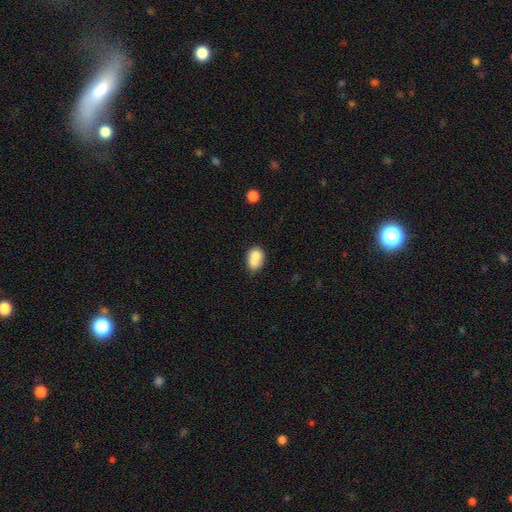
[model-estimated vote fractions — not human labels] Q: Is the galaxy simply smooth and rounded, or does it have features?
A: smooth — 71%.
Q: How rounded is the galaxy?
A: in between — 58%.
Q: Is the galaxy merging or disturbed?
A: merger — 57%.